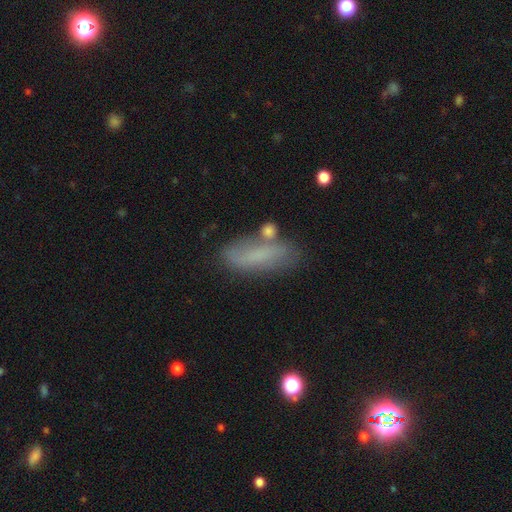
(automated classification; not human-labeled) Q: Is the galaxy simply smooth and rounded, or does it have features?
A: smooth — 65%.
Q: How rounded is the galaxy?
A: in between — 52%.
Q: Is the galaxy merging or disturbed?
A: none — 61%.